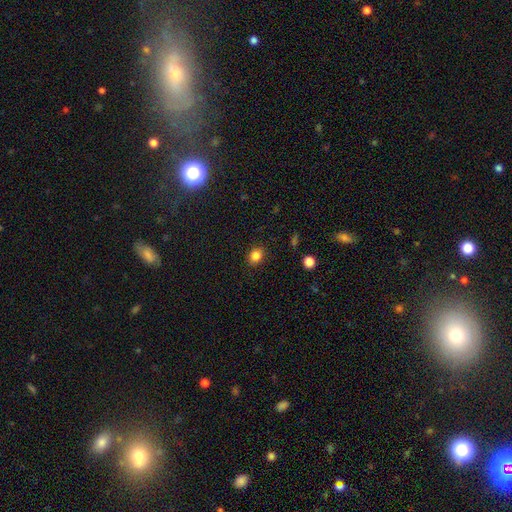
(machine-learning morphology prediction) Overall: smooth (84%). How rounded: round (59%; in between 40%). Merging: none (89%).